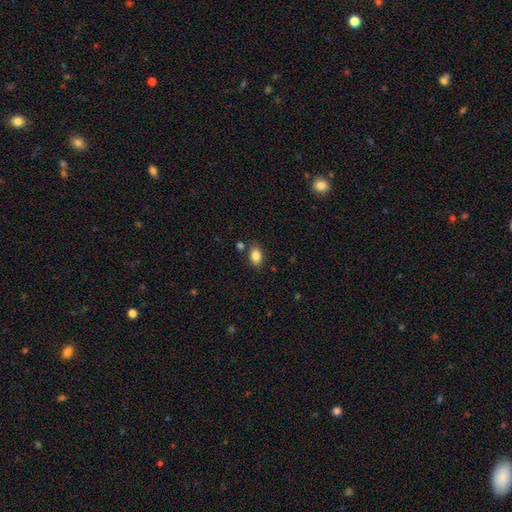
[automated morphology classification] Smooth or featured: smooth — 86% (star or artifact — 9%)
How rounded: in between — 86% (round — 13%)
Merging: none — 79% (minor disturbance — 11%)